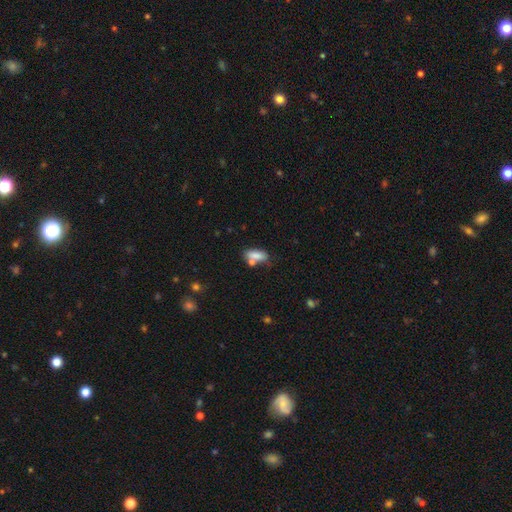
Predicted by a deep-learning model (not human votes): The model was most divided on "merging": none: 54%, merger: 24%, minor disturbance: 17%, major disturbance: 5%. More confident: smooth or featured — smooth (80%); how rounded — in between (77%).